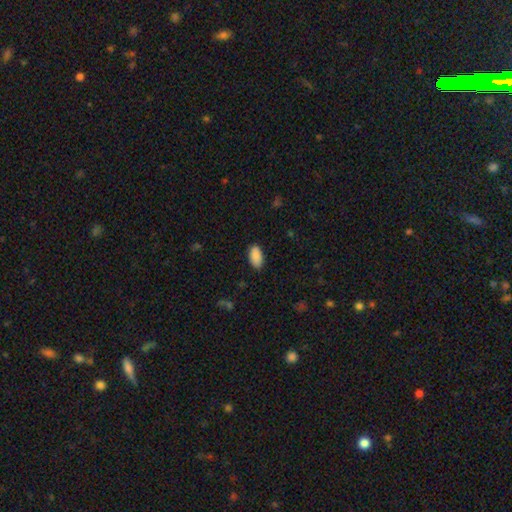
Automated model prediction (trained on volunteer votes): smooth_or_featured: smooth (p=0.89) [alt: star or artifact p=0.07]
how_rounded: in between (p=0.95) [alt: round p=0.03]
merging: none (p=0.85) [alt: minor disturbance p=0.11]